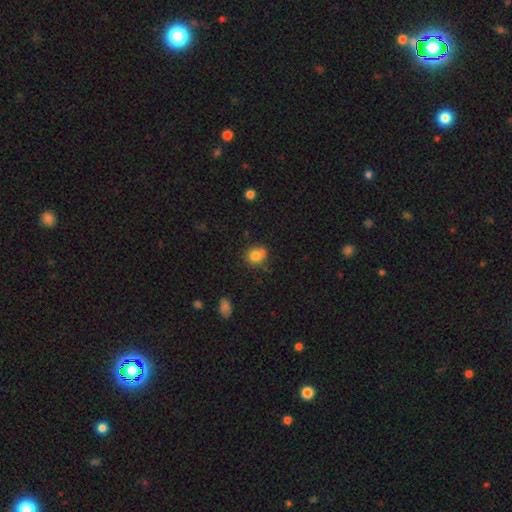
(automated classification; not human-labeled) Overall: smooth (79%). How rounded: round (81%). Merging: none (64%).